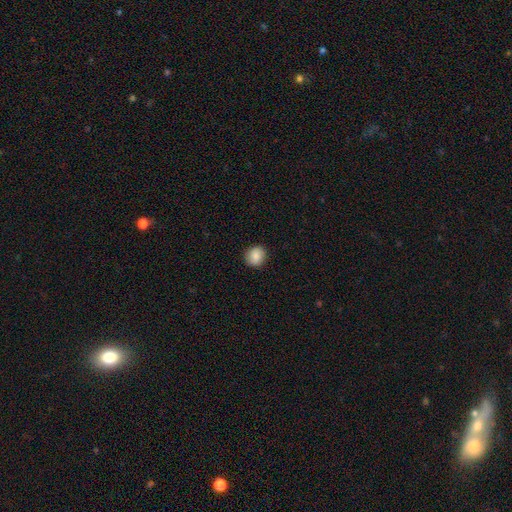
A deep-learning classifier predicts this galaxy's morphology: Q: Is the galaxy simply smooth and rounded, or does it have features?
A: smooth — 85%.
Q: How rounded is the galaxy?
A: round — 80%.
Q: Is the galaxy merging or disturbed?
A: none — 89%.